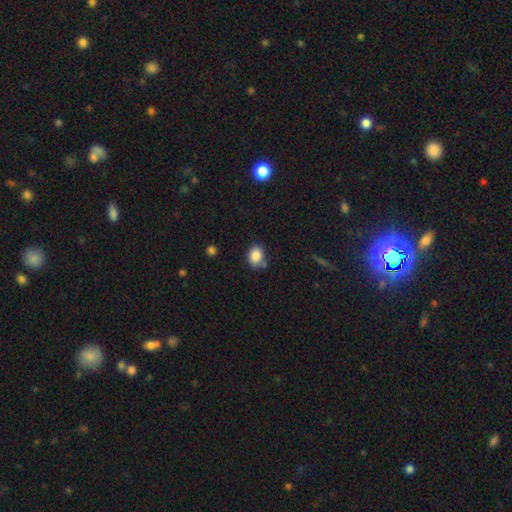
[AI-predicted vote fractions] Morphology: type=smooth (86%); roundness=in between (59%); merging=none (71%).